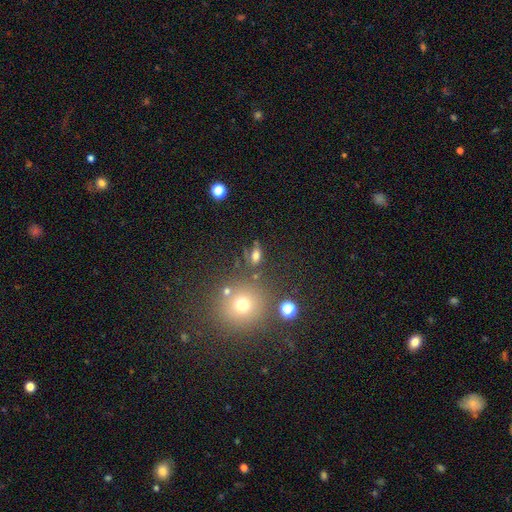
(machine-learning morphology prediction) Smooth or featured? smooth (68%)
How rounded? in between (74%)
Merging? none (72%)